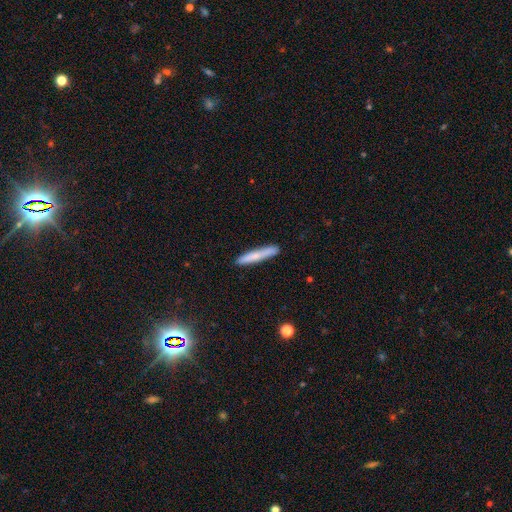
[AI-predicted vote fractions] This is likely a smooth galaxy (70%). How rounded: clearly cigar-shaped (94%). Merging: clearly none (88%).